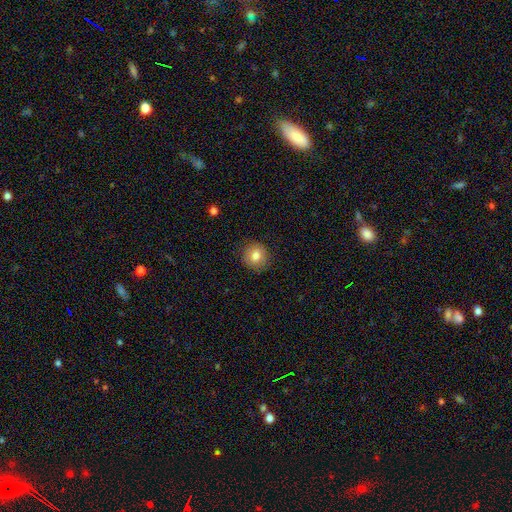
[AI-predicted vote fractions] This appears to be a smooth galaxy with no disk features (80%) that is round (91%). Merging: none (88%).